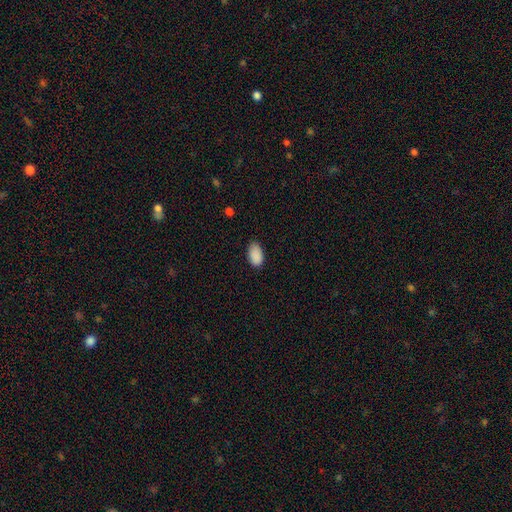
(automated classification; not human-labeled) smooth_or_featured: smooth (p=0.90) [alt: star or artifact p=0.07]
how_rounded: in between (p=0.93) [alt: round p=0.05]
merging: none (p=0.75) [alt: minor disturbance p=0.21]